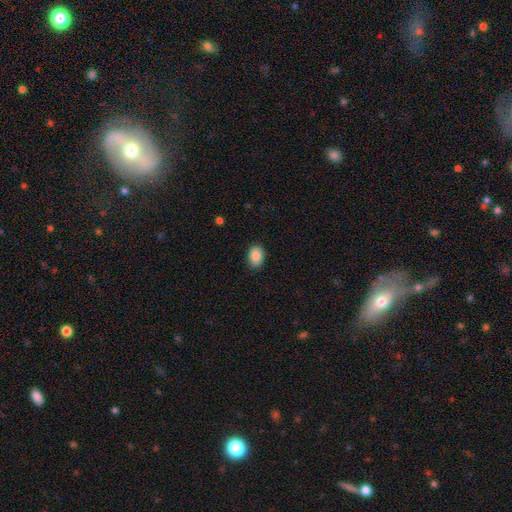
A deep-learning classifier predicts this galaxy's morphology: The model was most divided on "how rounded": in between: 76%, round: 23%, cigar-shaped: 1%. More confident: smooth or featured — smooth (88%); merging — none (87%).